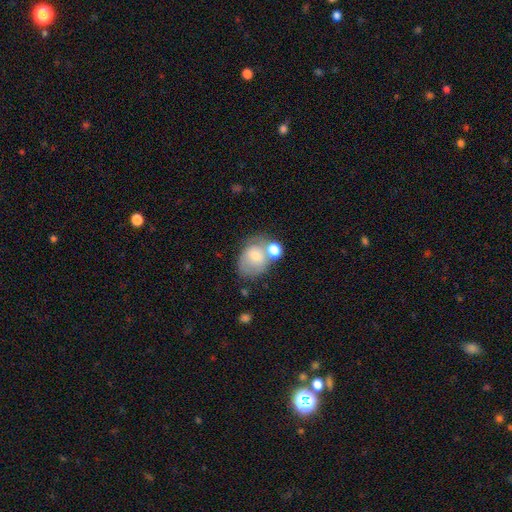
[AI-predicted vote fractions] Smooth or featured? smooth (58%)
How rounded? in between (57%)
Merging? none (35%)